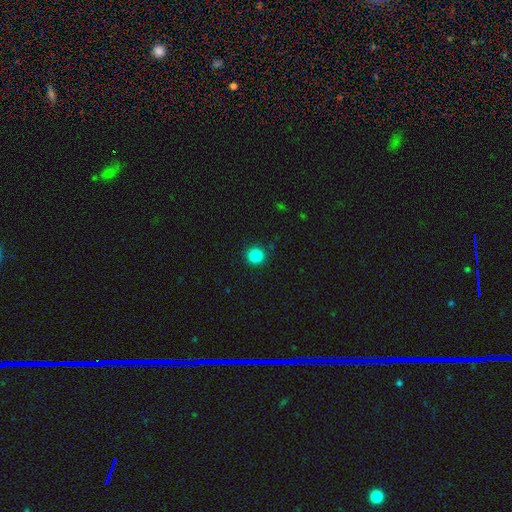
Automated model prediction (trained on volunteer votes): Smooth or featured? Predicted: smooth (p=0.86). How rounded? Predicted: round (p=0.94). Merging? Predicted: none (p=0.92).